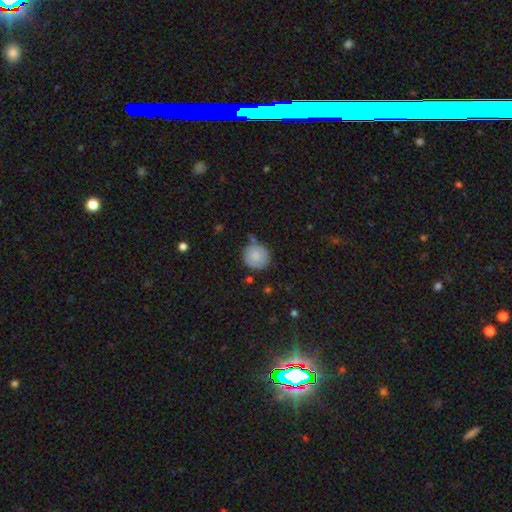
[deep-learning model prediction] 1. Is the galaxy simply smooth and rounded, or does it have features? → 86% smooth, 7% star or artifact, 7% featured or disk.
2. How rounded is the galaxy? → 92% round, 7% in between, 1% cigar-shaped.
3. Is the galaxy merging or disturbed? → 69% none, 19% minor disturbance, 8% merger, 5% major disturbance.